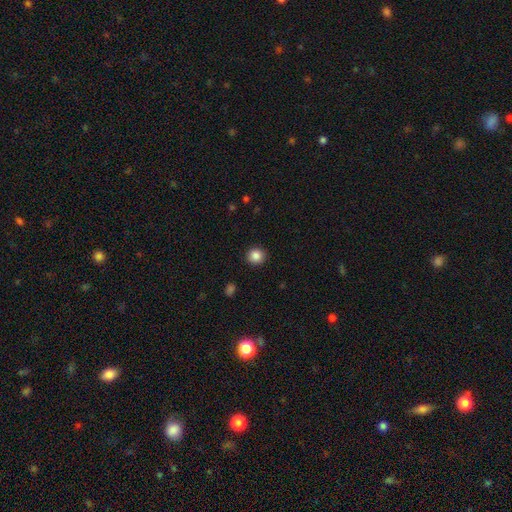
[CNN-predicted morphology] Overall: smooth (86%). How rounded: round (92%). Merging: none (92%).